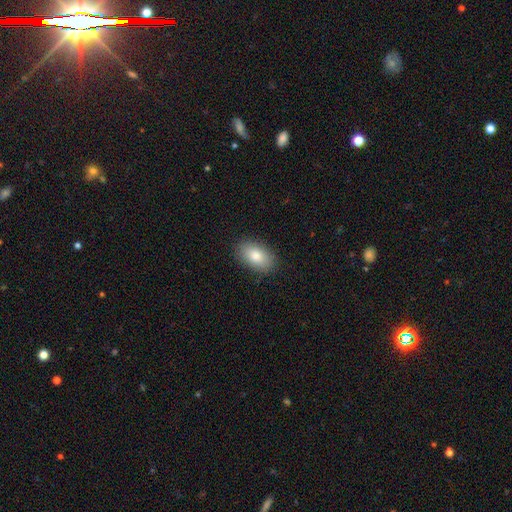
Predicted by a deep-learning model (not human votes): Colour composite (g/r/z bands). It shows a smooth galaxy with no disk features (82%) that is in between round and cigar-shaped (91%). Merging: none (88%).